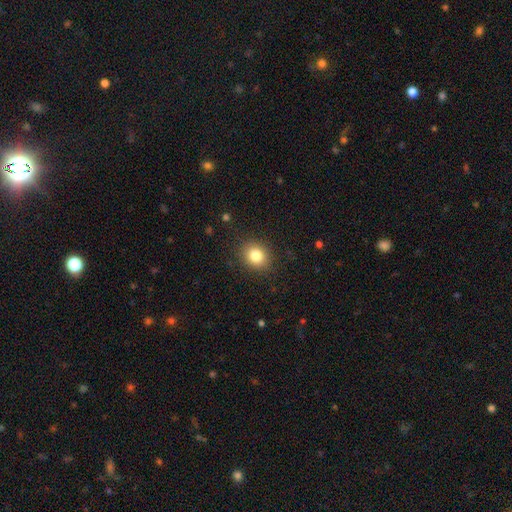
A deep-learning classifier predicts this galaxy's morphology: smooth-or-featured: smooth: 82% | star or artifact: 11% | featured or disk: 7%
  how-rounded: round: 68% | in between: 31% | cigar-shaped: 1%
  merging: none: 88% | minor disturbance: 8% | major disturbance: 3% | merger: 1%